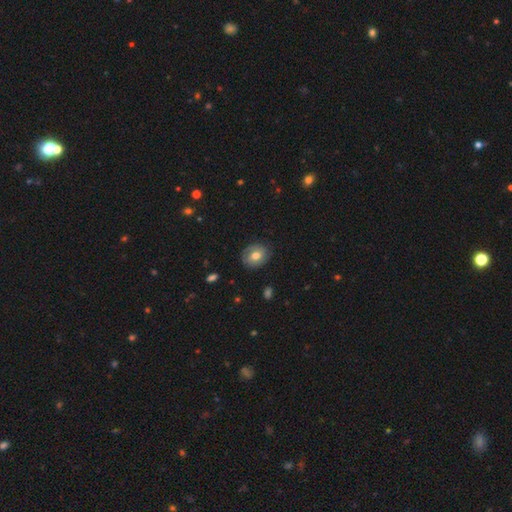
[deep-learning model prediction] Overall: smooth (66%; featured or disk 26%). How rounded: round (52%; in between 47%). Merging: none (82%).